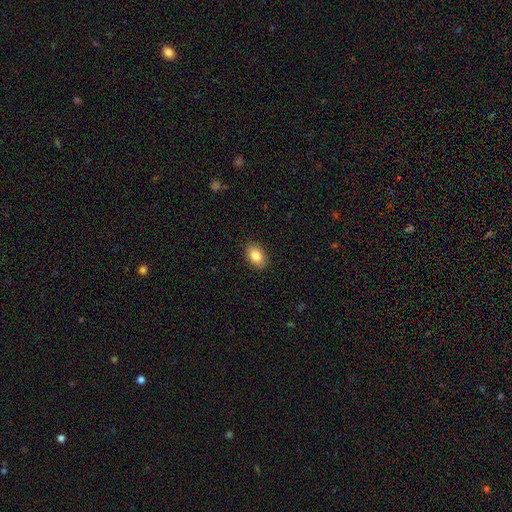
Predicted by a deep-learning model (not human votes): A smooth galaxy with no disk features (86%) that is in between round and cigar-shaped (85%). Merging: none (89%).